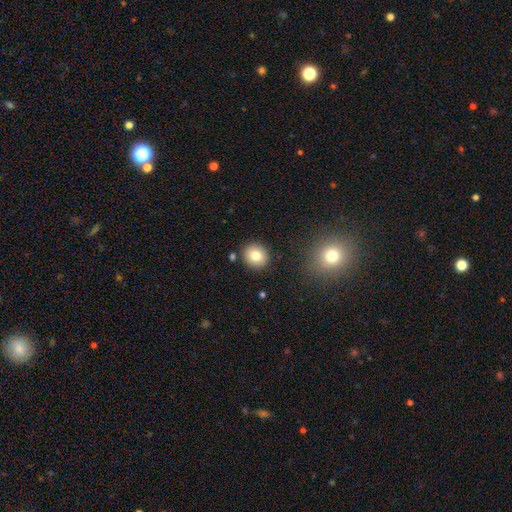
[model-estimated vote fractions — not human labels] A smooth galaxy with no disk features (79%) that is round (87%).

Vote fractions:
- Smooth or featured? smooth: 79% / featured or disk: 10% / star or artifact: 10%
- How rounded? round: 87% / in between: 12% / cigar-shaped: 1%
- Merging? none: 87% / minor disturbance: 7% / merger: 3% / major disturbance: 2%